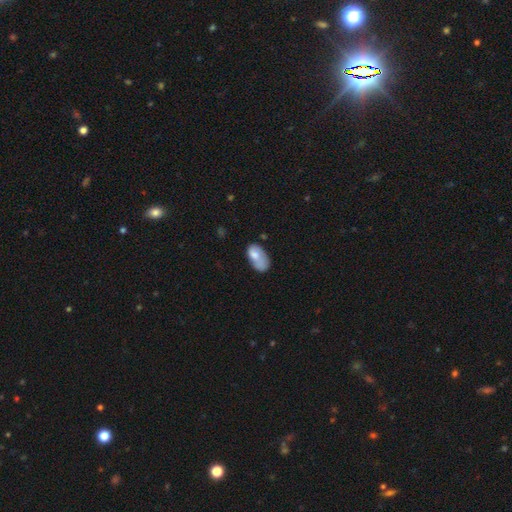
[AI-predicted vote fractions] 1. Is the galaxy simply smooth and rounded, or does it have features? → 72% smooth, 21% featured or disk, 8% star or artifact.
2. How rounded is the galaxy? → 92% in between, 6% round, 2% cigar-shaped.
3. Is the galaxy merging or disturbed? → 32% none (tied), 32% minor disturbance (tied), 21% major disturbance, 15% merger.